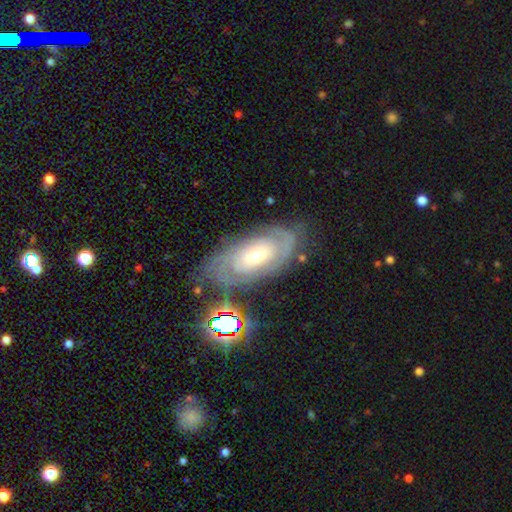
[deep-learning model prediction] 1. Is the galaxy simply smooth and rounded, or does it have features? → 80% featured or disk, 11% smooth, 9% star or artifact.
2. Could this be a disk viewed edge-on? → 93% no, 7% yes.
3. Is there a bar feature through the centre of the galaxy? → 65% no, 26% weak, 9% strong.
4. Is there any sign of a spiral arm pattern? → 92% yes, 8% no.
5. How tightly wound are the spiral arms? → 75% tight, 20% medium, 5% loose.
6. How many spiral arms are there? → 40% 2, 36% can't tell, 11% 3, 5% 4, 4% 1, 4% more than 4.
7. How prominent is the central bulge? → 49% moderate, 46% small, 3% large, 1% none, 1% dominant.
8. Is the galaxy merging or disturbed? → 76% none, 15% minor disturbance, 5% major disturbance, 3% merger.